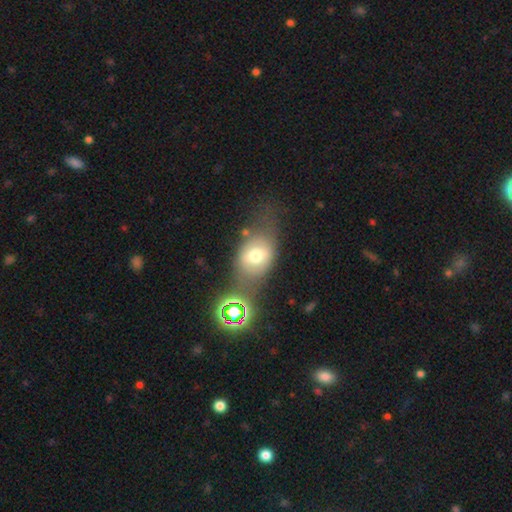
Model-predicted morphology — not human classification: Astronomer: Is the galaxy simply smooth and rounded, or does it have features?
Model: smooth — 61%.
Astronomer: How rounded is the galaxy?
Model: in between — 67%.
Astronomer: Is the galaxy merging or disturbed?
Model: none — 46%.